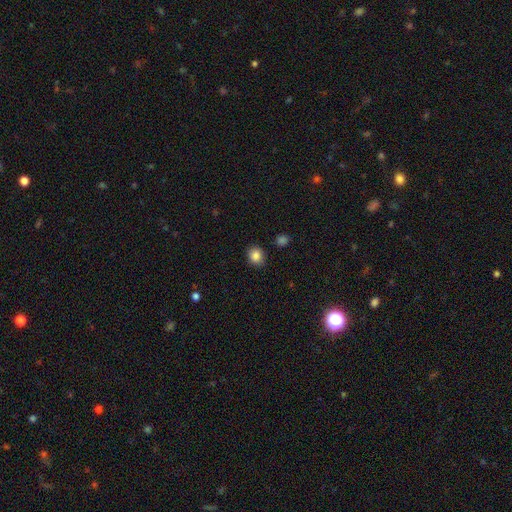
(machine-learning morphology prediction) The model was most divided on "how rounded": round: 69%, in between: 30%, cigar-shaped: 1%. More confident: merging — none (87%); smooth or featured — smooth (85%).